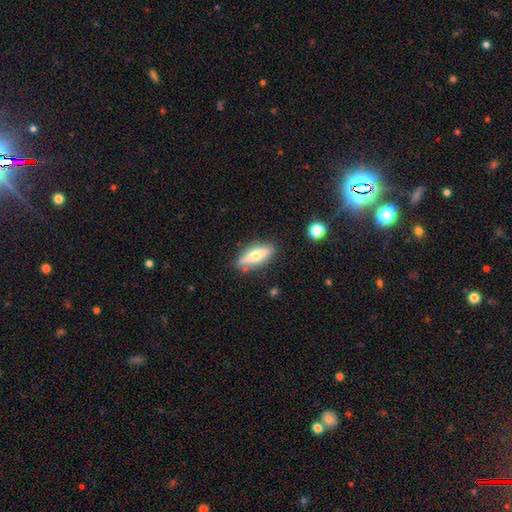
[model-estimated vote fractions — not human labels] Smooth or featured: smooth — 49% (featured or disk — 45%)
Merging: none — 83% (minor disturbance — 12%)